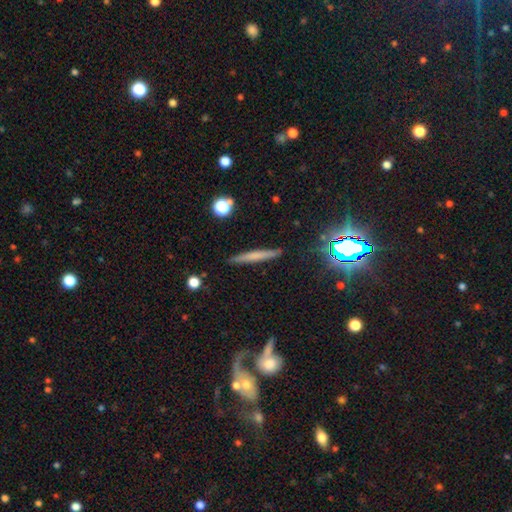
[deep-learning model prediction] This appears to be a smooth galaxy with no disk features (57%) that is cigar-shaped (93%). Merging: none (89%).